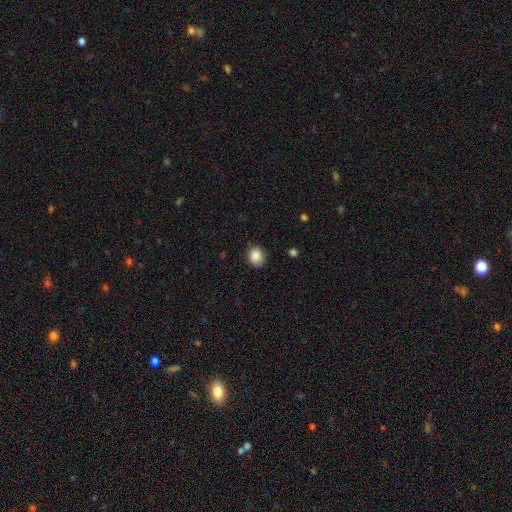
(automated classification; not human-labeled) A smooth galaxy with no disk features (87%) that is round (70%).

Vote fractions:
- Smooth or featured? smooth: 87% / star or artifact: 9% / featured or disk: 4%
- How rounded? round: 70% / in between: 29% / cigar-shaped: 1%
- Merging? none: 85% / minor disturbance: 11% / major disturbance: 2% / merger: 1%